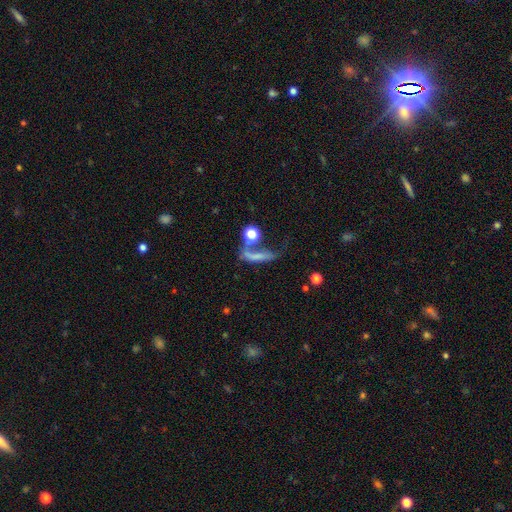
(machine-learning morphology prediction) This appears to be a smooth galaxy with no disk features (54%) that is cigar-shaped (60%). Merging: none (33%).